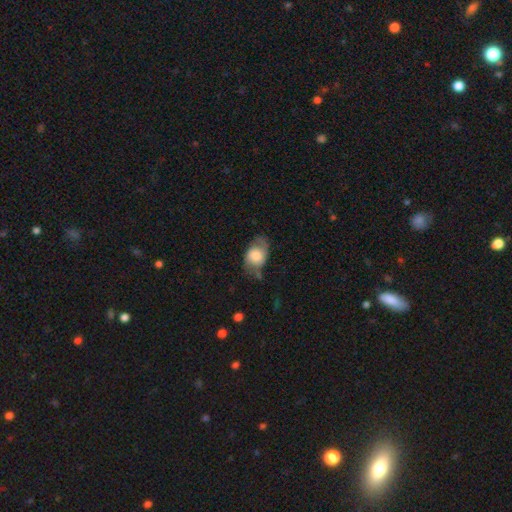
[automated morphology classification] Smooth or featured: smooth — 61% (featured or disk — 32%)
How rounded: in between — 80% (round — 18%)
Merging: none — 48% (minor disturbance — 32%)